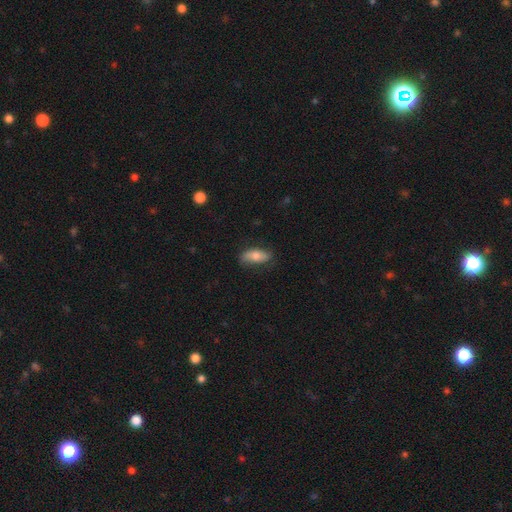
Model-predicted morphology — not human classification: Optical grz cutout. It shows a smooth galaxy with no disk features (67%) that is in between round and cigar-shaped (79%). Merging: none (74%).